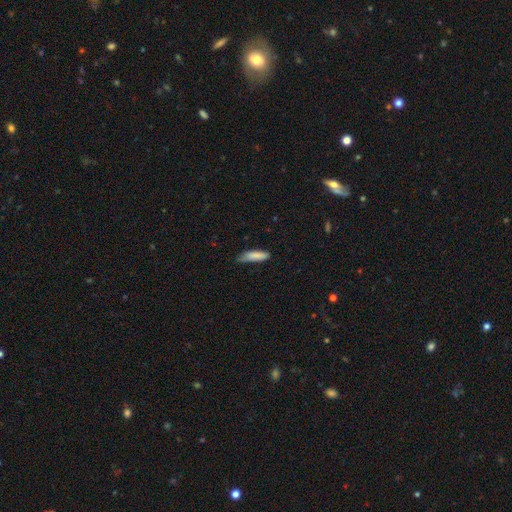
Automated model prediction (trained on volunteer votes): This appears to be a smooth galaxy with no disk features (85%) that is cigar-shaped (68%). Merging: none (61%).